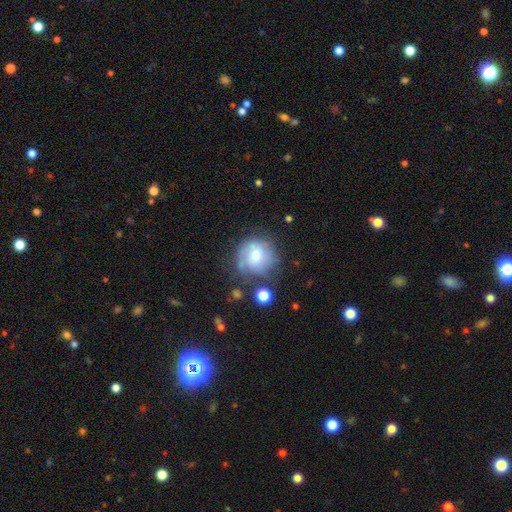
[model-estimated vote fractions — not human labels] smooth-or-featured: smooth: 52% | featured or disk: 39% | star or artifact: 9%
  how-rounded: round: 86% | in between: 13% | cigar-shaped: 1%
  merging: none: 57% | minor disturbance: 24% | major disturbance: 14% | merger: 6%